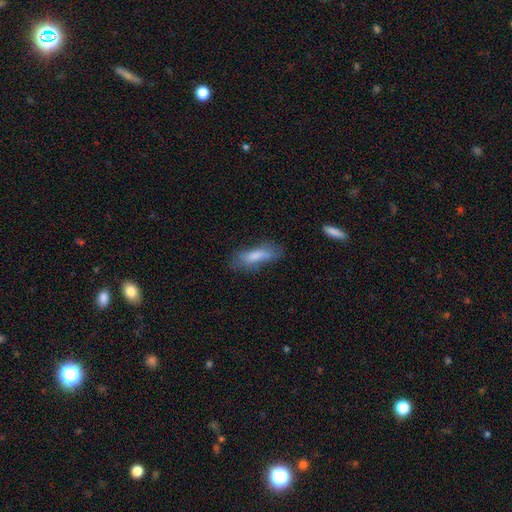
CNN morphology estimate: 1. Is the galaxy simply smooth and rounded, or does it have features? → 74% smooth, 18% featured or disk, 8% star or artifact.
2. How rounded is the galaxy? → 49% in between (tied), 49% cigar-shaped (tied), 2% round.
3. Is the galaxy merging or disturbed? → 57% none, 27% minor disturbance, 13% major disturbance, 3% merger.